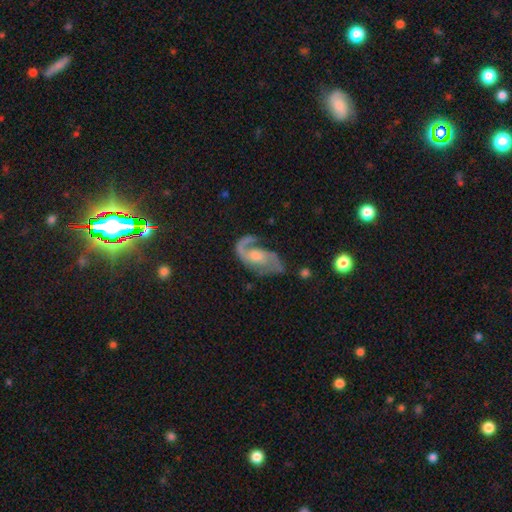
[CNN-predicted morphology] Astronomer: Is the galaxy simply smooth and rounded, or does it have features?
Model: featured or disk — 86%.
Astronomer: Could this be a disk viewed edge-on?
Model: no — 97%.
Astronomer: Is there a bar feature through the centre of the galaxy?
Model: no — 58% (runner-up: weak, 34%).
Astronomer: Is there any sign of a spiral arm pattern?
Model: yes — 96%.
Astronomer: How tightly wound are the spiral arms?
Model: medium — 52% (runner-up: loose, 29%).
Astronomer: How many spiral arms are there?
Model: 2 — 83%.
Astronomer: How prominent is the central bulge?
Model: moderate — 46% (runner-up: small, 40%).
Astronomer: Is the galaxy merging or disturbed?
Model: none — 61%.